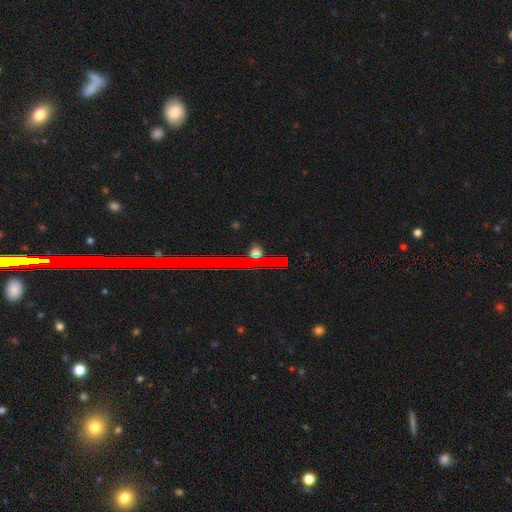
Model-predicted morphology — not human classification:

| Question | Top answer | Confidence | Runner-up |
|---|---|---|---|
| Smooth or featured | star or artifact | 57% | featured or disk (22%) |